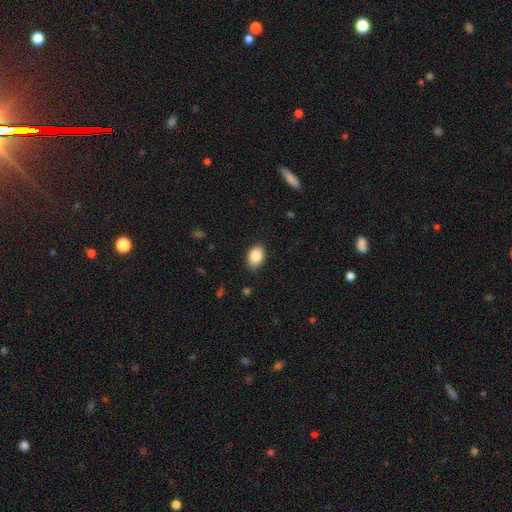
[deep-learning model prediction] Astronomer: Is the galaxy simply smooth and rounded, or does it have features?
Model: smooth — 88%.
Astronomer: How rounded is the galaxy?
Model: in between — 88%.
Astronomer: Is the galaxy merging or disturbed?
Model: none — 84%.